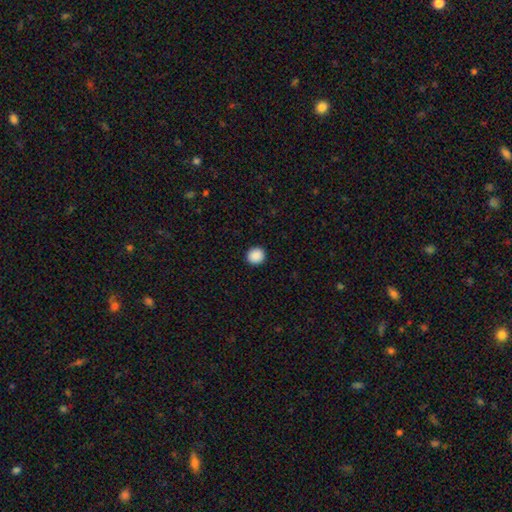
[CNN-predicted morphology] smooth_or_featured: smooth (p=0.90) [alt: star or artifact p=0.08]
how_rounded: round (p=0.90) [alt: in between p=0.09]
merging: none (p=0.93) [alt: minor disturbance p=0.04]